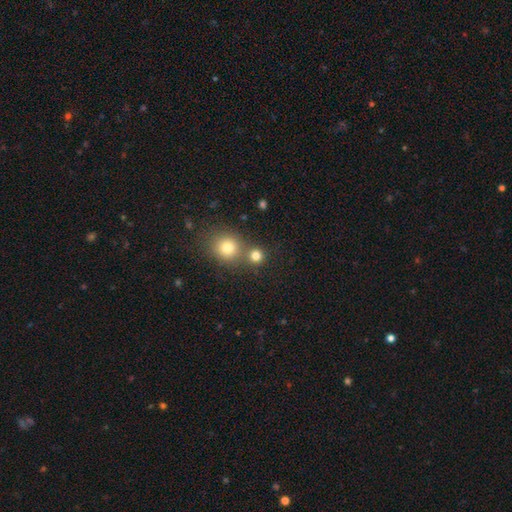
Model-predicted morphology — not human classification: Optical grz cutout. It shows a smooth galaxy with no disk features (80%) that is round (90%). Merging: none (65%).